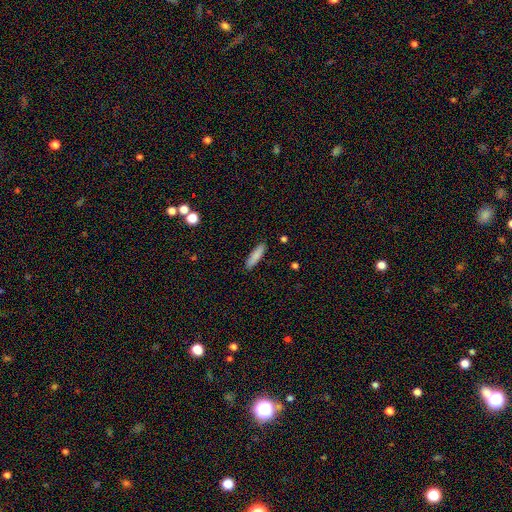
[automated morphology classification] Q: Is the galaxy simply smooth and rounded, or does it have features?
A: smooth — 85%.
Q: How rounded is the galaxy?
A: cigar-shaped — 70%.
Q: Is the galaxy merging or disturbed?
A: none — 89%.